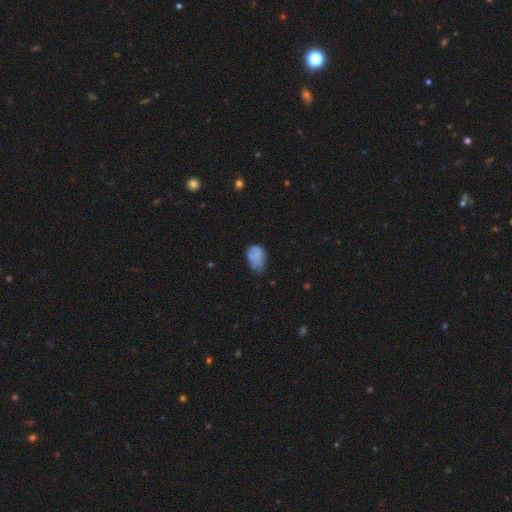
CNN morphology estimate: This appears to be a smooth galaxy with no disk features (65%) that is in between round and cigar-shaped (84%). Merging: minor disturbance (42%).